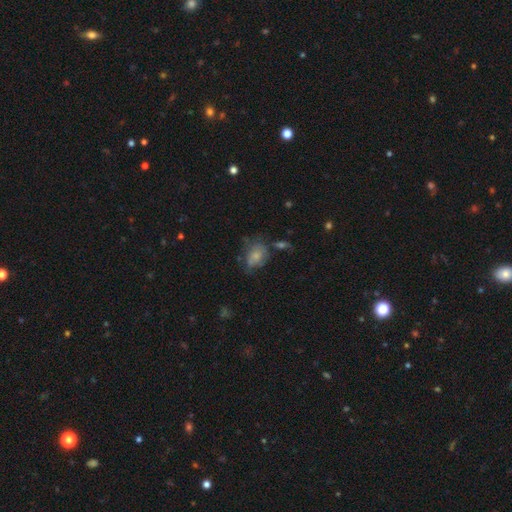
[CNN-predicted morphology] smooth_or_featured: smooth (p=0.66) [alt: featured or disk p=0.24]
how_rounded: in between (p=0.66) [alt: round p=0.33]
merging: none (p=0.40) [alt: minor disturbance p=0.30]